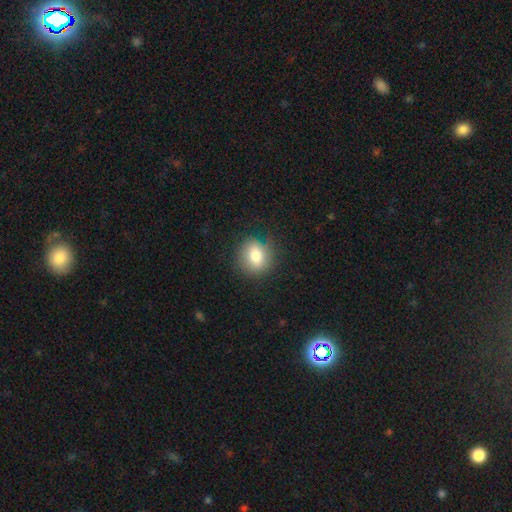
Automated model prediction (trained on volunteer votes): Smooth or featured? Predicted: smooth (p=0.80). How rounded? Predicted: round (p=0.69). Merging? Predicted: none (p=0.80).